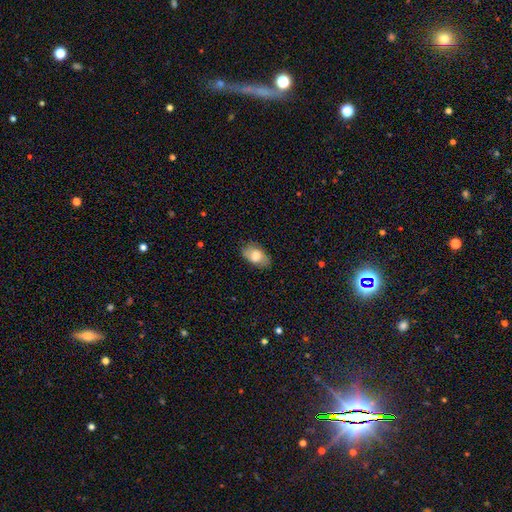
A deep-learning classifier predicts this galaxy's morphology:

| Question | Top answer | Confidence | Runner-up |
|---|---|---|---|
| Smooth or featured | smooth | 75% | featured or disk (18%) |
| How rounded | in between | 92% | round (7%) |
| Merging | none | 76% | minor disturbance (18%) |